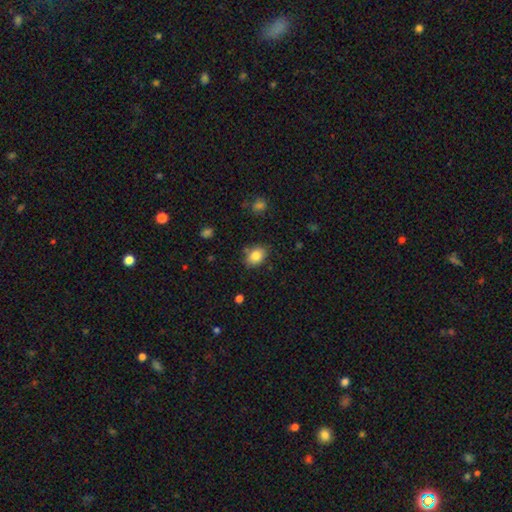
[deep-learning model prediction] This is clearly a smooth galaxy (83%). How rounded: likely in between (69%). Merging: likely none (80%).